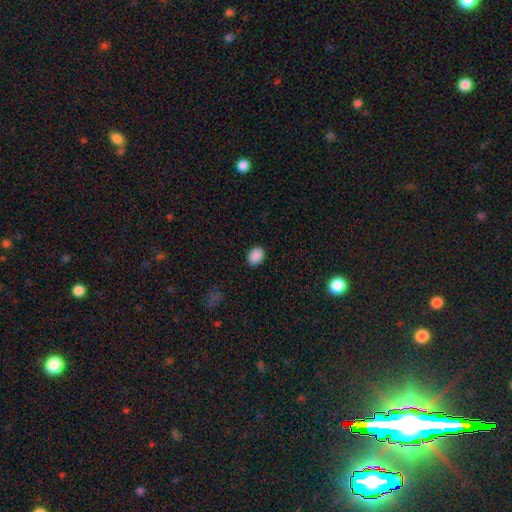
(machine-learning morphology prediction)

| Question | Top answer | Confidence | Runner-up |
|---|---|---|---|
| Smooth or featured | smooth | 89% | star or artifact (9%) |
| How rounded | in between | 63% | round (37%) |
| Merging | none | 89% | minor disturbance (8%) |